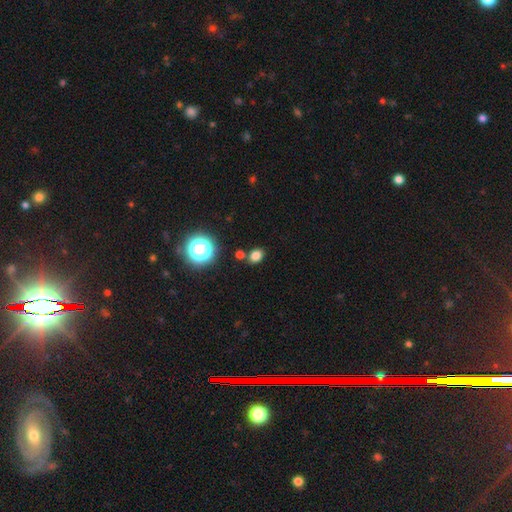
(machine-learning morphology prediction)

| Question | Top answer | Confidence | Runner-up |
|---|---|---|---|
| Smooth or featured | smooth | 77% | star or artifact (17%) |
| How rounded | in between | 56% | round (43%) |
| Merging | none | 77% | minor disturbance (10%) |